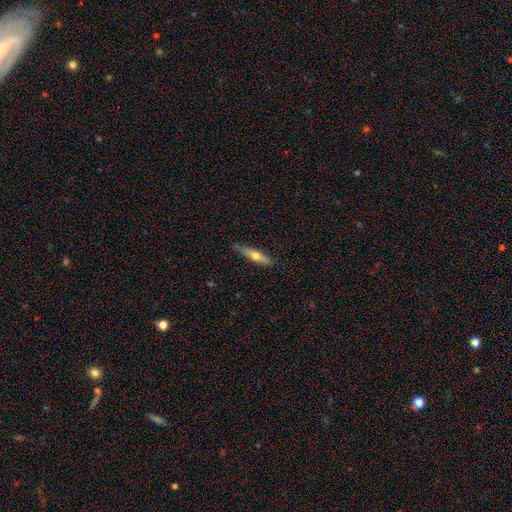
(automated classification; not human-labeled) The model was most divided on "smooth or featured": smooth: 50%, featured or disk: 44%, star or artifact: 6%. More confident: how rounded — cigar-shaped (81%); merging — none (80%).